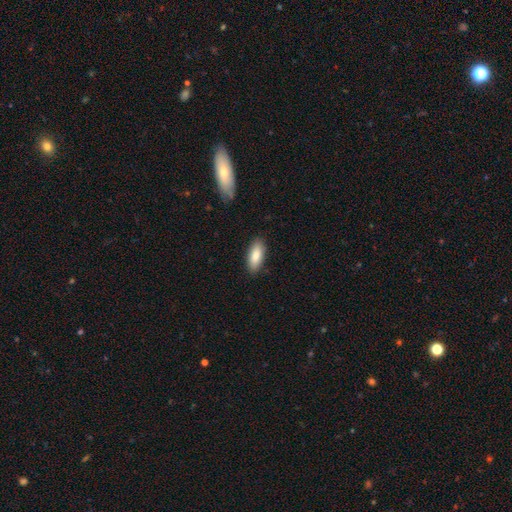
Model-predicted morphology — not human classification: Q: Smooth or featured?
A: smooth (84%); runner-up: featured or disk (10%)
Q: How rounded?
A: in between (77%); runner-up: cigar-shaped (21%)
Q: Merging?
A: none (88%); runner-up: minor disturbance (9%)